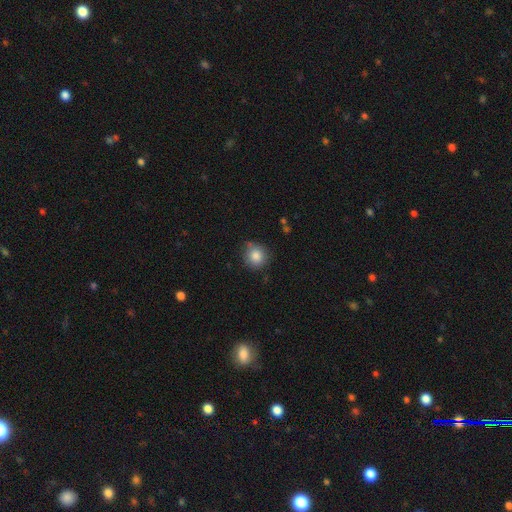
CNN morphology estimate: Smooth or featured? Predicted: smooth (p=0.85). How rounded? Predicted: round (p=0.89). Merging? Predicted: none (p=0.78).